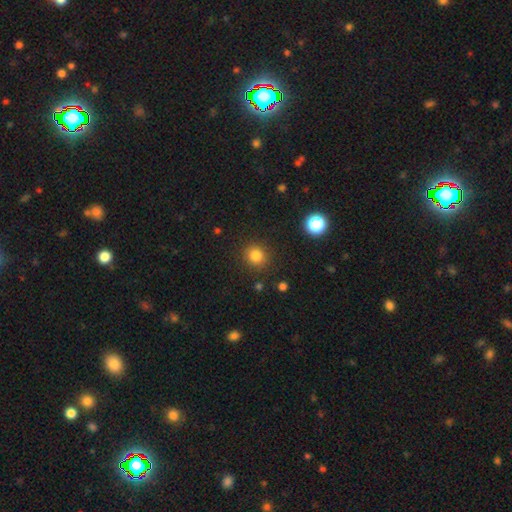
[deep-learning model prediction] smooth_or_featured: smooth (p=0.82) [alt: star or artifact p=0.13]
how_rounded: round (p=0.88) [alt: in between p=0.11]
merging: none (p=0.89) [alt: minor disturbance p=0.07]